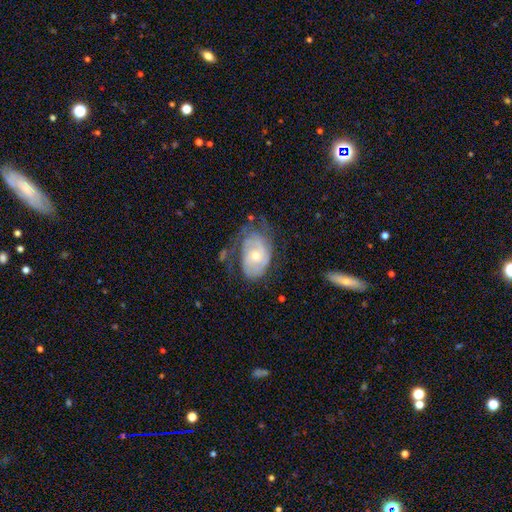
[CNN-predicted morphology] type=featured or disk (70%); edge-on=no (95%); bar=no (77%); spiral arms=yes (81%); winding=tight (55%); arm count=can't tell (43%); bulge=small (49%); merging=none (42%).